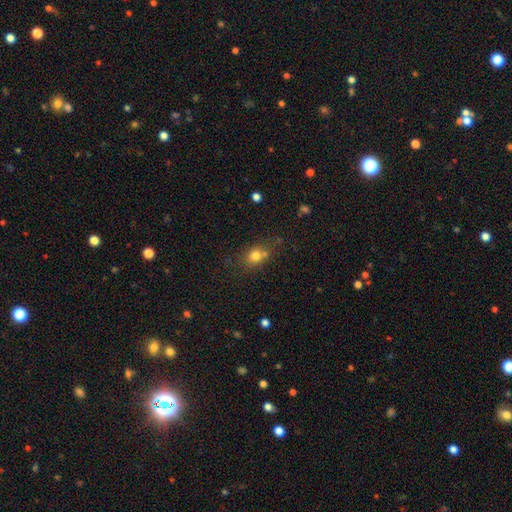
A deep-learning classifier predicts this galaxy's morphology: Smooth or featured?
  - smooth: 76% *
  - star or artifact: 13%
  - featured or disk: 11%
How rounded?
  - round: 56% *
  - in between: 42%
  - cigar-shaped: 2%
Merging?
  - none: 61% *
  - minor disturbance: 17%
  - merger: 15%
  - major disturbance: 7%